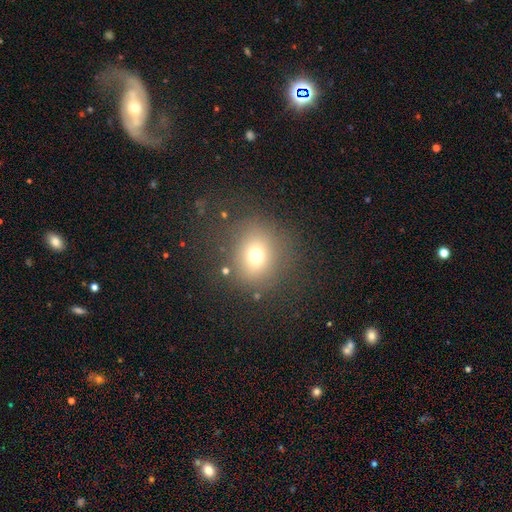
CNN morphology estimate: A smooth galaxy with no disk features (69%) that is round (76%).

Vote fractions:
- Smooth or featured? smooth: 69% / star or artifact: 18% / featured or disk: 13%
- How rounded? round: 76% / in between: 23% / cigar-shaped: 1%
- Merging? none: 79% / minor disturbance: 11% / major disturbance: 8% / merger: 2%